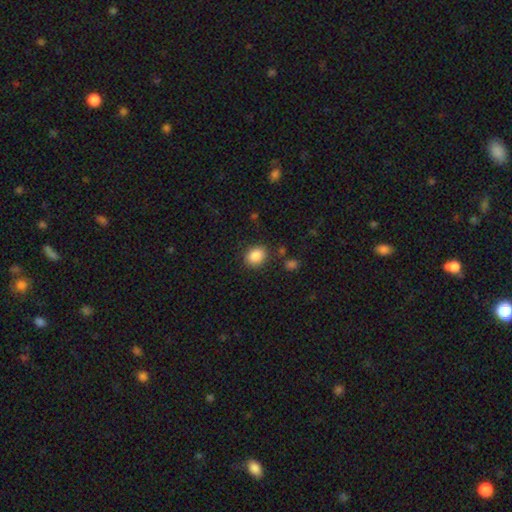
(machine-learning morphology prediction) Q: Smooth or featured?
A: smooth (87%); runner-up: star or artifact (9%)
Q: How rounded?
A: round (56%); runner-up: in between (43%)
Q: Merging?
A: none (84%); runner-up: minor disturbance (10%)